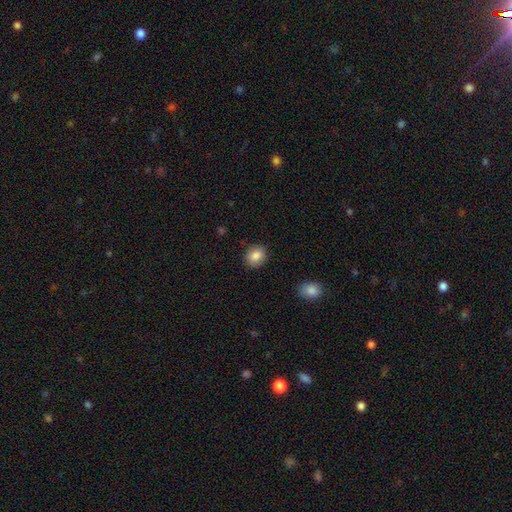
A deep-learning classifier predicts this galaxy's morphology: Smooth or featured: smooth — 85% (star or artifact — 8%)
How rounded: round — 71% (in between — 28%)
Merging: none — 89% (minor disturbance — 8%)